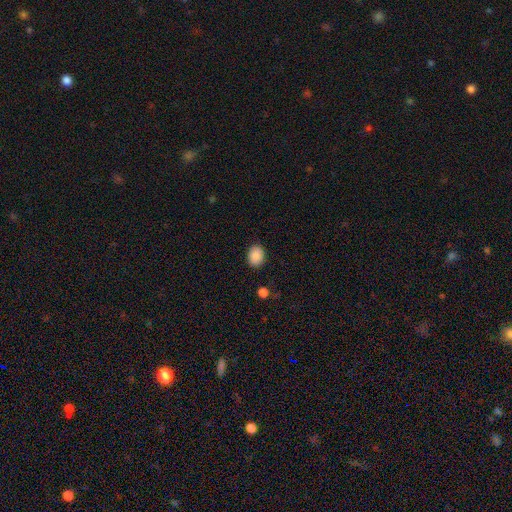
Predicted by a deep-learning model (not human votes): The model was most divided on "how rounded": in between: 59%, round: 41%, cigar-shaped: 1%. More confident: smooth or featured — smooth (88%); merging — none (88%).